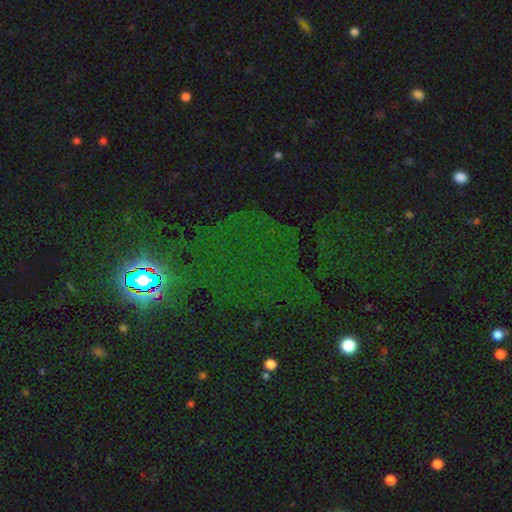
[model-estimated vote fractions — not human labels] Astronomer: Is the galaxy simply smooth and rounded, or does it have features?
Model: star or artifact — 73%.